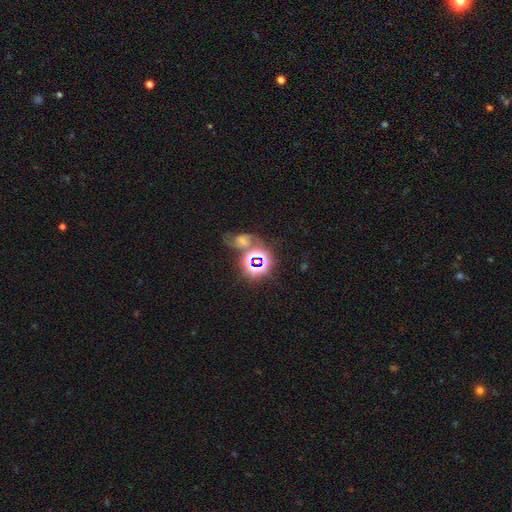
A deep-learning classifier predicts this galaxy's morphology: type=star or artifact (74%).